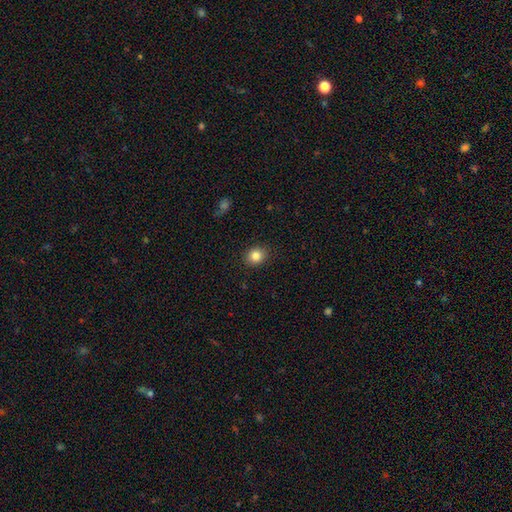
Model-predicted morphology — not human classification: Smooth or featured?
  - smooth: 84% *
  - star or artifact: 10%
  - featured or disk: 6%
How rounded?
  - round: 68% *
  - in between: 31%
  - cigar-shaped: 1%
Merging?
  - none: 89% *
  - minor disturbance: 7%
  - major disturbance: 2%
  - merger: 1%